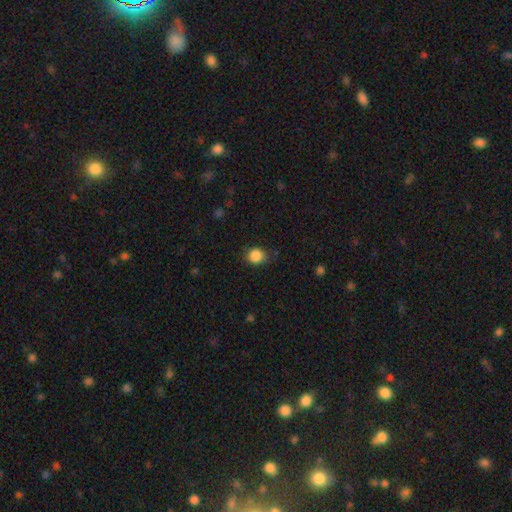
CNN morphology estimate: A smooth galaxy with no disk features (87%) that is round (79%). Merging: none (73%).